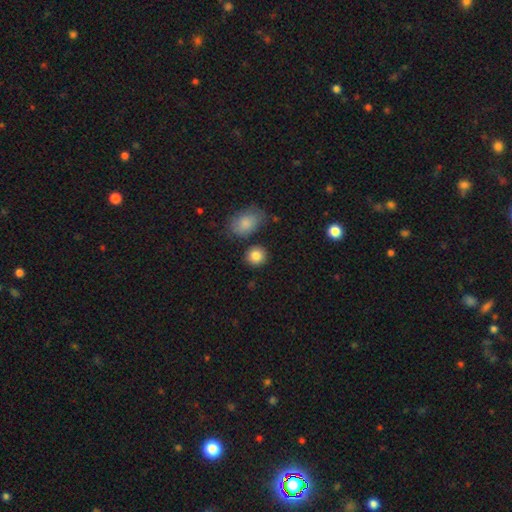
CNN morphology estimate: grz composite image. It shows a smooth galaxy with no disk features (85%) that is round (82%). Merging: none (81%).